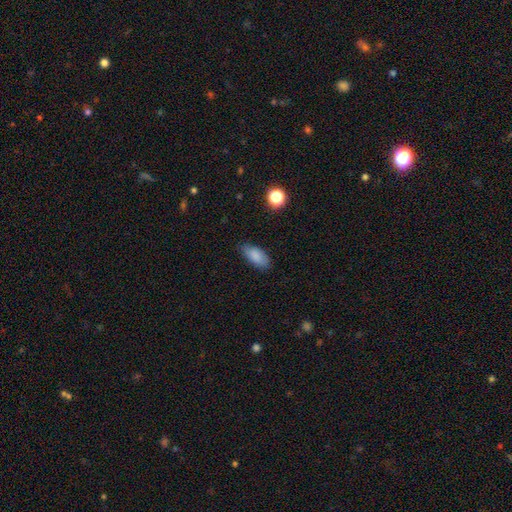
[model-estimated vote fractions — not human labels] Morphology: type=smooth (86%); roundness=in between (89%); merging=none (80%).